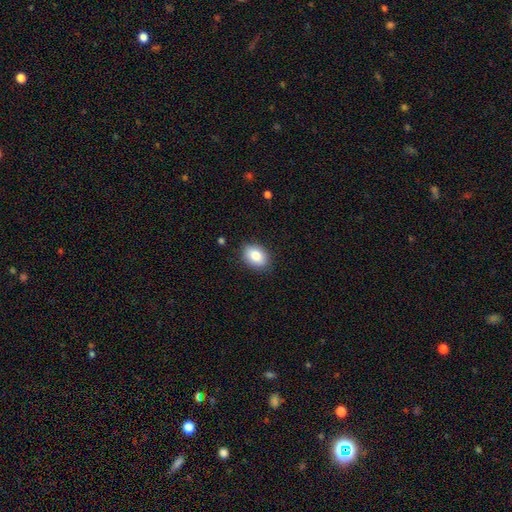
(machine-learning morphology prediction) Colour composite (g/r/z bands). It shows a smooth galaxy with no disk features (83%) that is in between round and cigar-shaped (74%). Merging: none (87%).